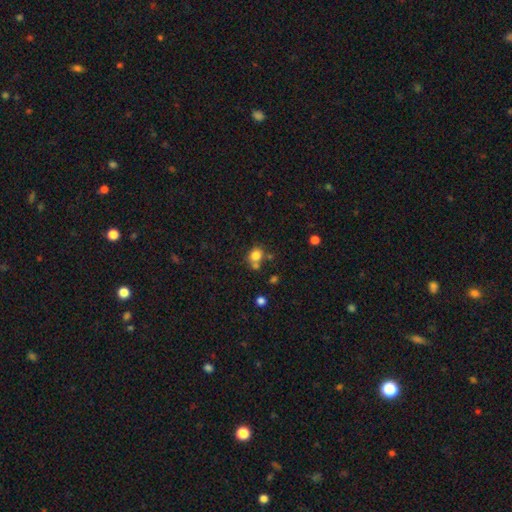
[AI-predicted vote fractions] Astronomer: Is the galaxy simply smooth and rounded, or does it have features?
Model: smooth — 80%.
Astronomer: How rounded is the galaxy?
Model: round — 75%.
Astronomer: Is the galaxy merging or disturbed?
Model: none — 57%.